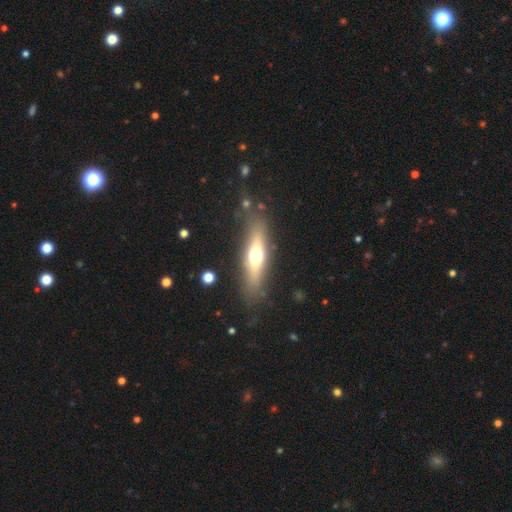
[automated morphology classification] featured or disk 47%, smooth 46%, star or artifact 7%. Down the decision tree: merging — none (80%).